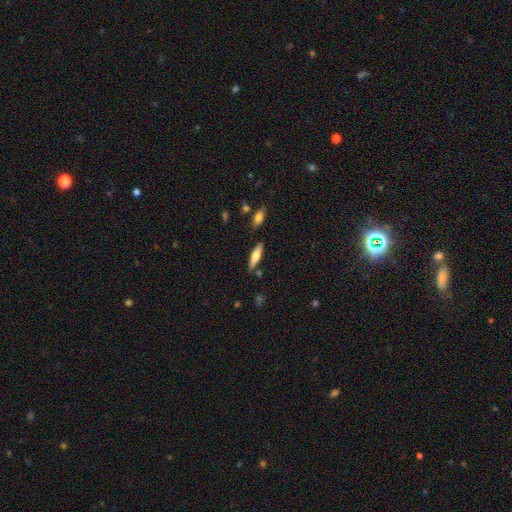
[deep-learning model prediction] This is possibly a smooth galaxy (56%). How rounded: likely cigar-shaped (67%). Merging: clearly none (81%).